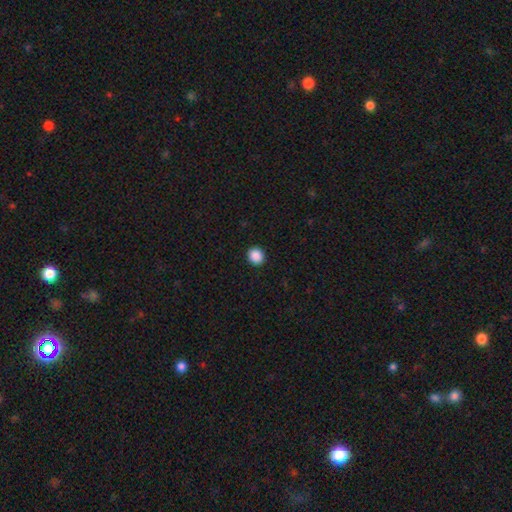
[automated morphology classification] smooth_or_featured: smooth (p=0.89) [alt: star or artifact p=0.09]
how_rounded: round (p=0.86) [alt: in between p=0.13]
merging: none (p=0.93) [alt: minor disturbance p=0.05]